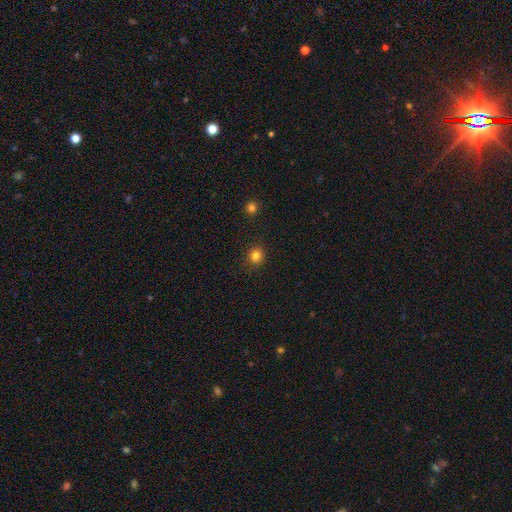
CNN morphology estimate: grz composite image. It shows a smooth galaxy with no disk features (82%) that is round (89%). Merging: none (90%).